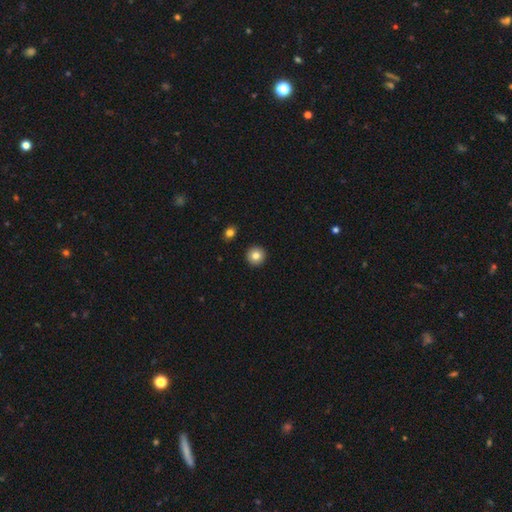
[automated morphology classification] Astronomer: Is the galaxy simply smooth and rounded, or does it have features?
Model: smooth — 84%.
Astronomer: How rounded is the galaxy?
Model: round — 95%.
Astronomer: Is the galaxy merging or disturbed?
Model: none — 93%.